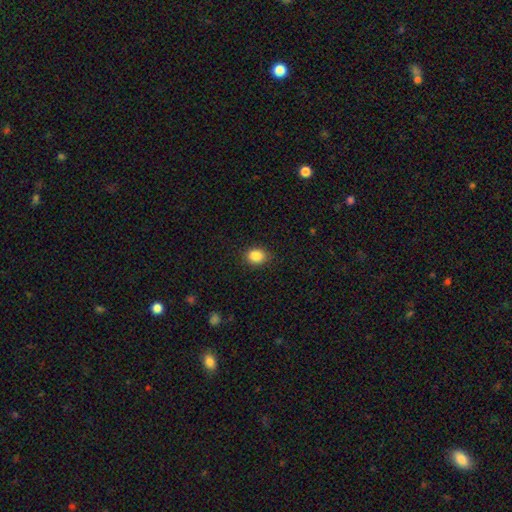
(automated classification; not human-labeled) A smooth galaxy with no disk features (87%) that is in between round and cigar-shaped (51%). Merging: none (85%).